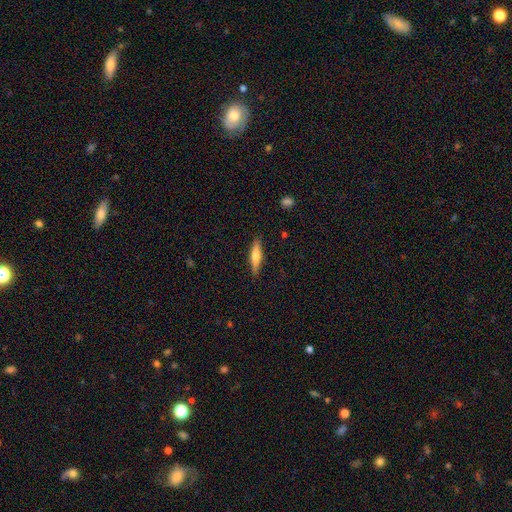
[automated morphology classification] type=smooth (54%); roundness=cigar-shaped (82%); merging=none (88%).